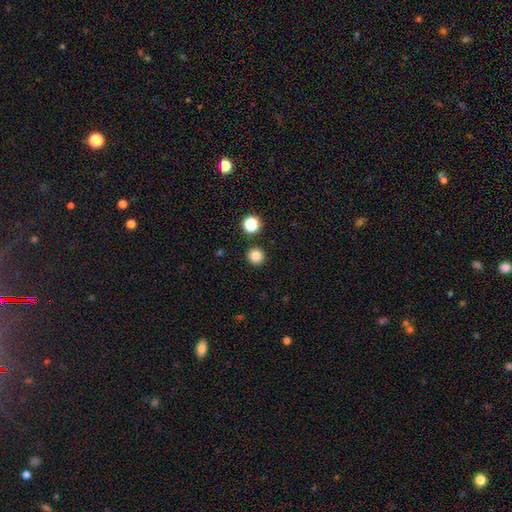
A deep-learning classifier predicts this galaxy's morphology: smooth-or-featured: smooth: 81% | star or artifact: 13% | featured or disk: 5%
  how-rounded: round: 94% | in between: 5% | cigar-shaped: 1%
  merging: none: 91% | minor disturbance: 5% | merger: 2% | major disturbance: 2%